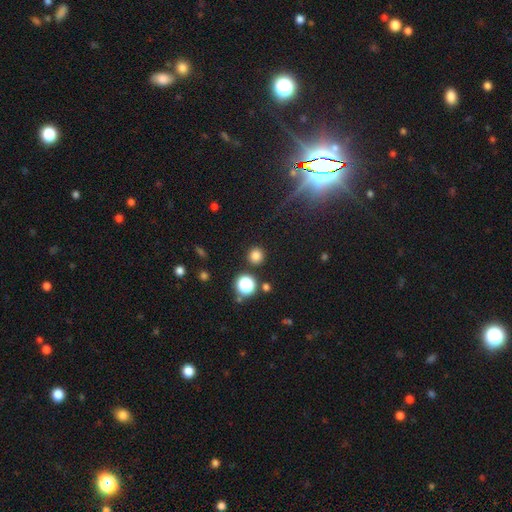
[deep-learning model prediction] smooth_or_featured: smooth (p=0.78) [alt: star or artifact p=0.18]
how_rounded: round (p=0.95) [alt: in between p=0.04]
merging: none (p=0.89) [alt: minor disturbance p=0.05]